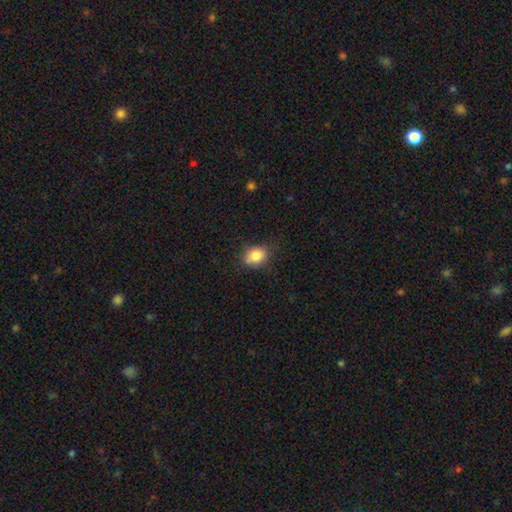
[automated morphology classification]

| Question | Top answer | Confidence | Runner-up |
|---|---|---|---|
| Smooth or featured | smooth | 83% | star or artifact (9%) |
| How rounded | in between | 59% | round (40%) |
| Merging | none | 75% | minor disturbance (19%) |